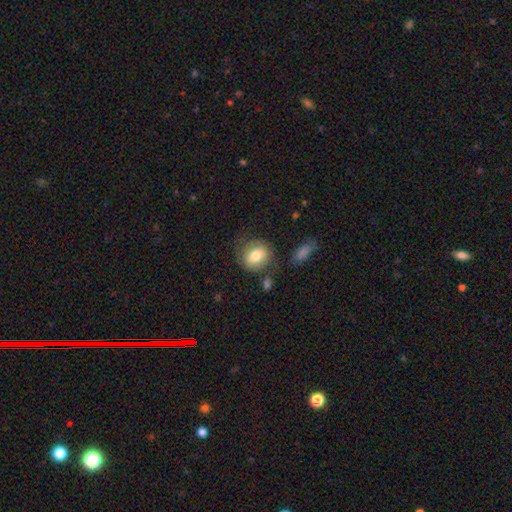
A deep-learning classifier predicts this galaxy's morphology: smooth 77%, featured or disk 16%, star or artifact 7%. Down the decision tree: how rounded — round (62%); merging — none (67%).